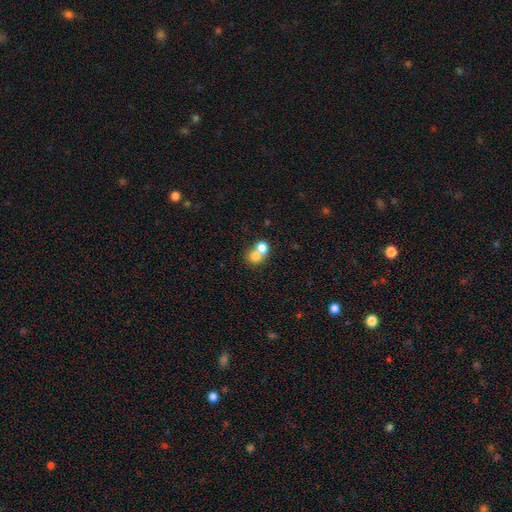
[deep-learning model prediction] Smooth or featured? Predicted: smooth (p=0.73). How rounded? Predicted: round (p=0.75). Merging? Predicted: merger (p=0.66).